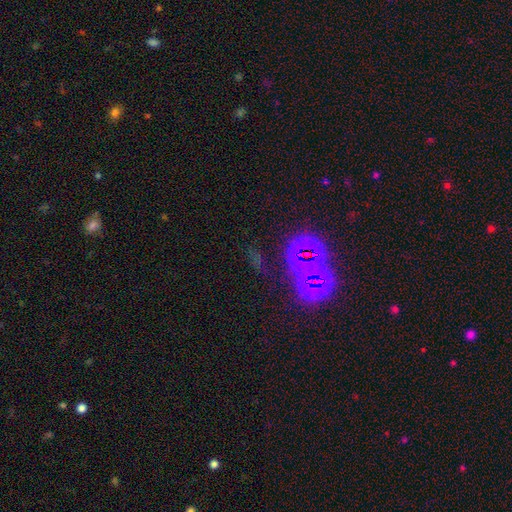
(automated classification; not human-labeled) smooth-or-featured: star or artifact: 69% | featured or disk: 16% | smooth: 15%